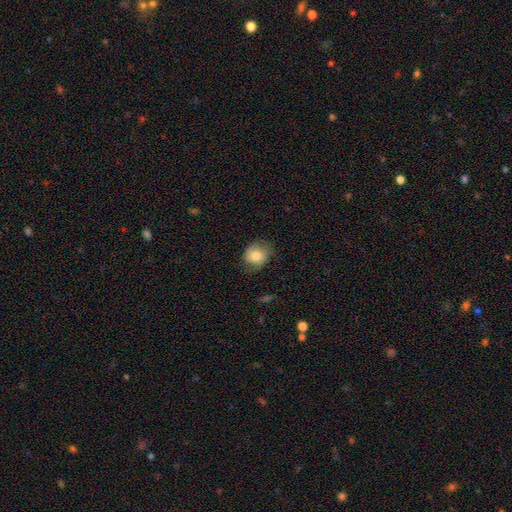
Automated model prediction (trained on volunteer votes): Smooth or featured?
  - smooth: 63% *
  - featured or disk: 29%
  - star or artifact: 8%
How rounded?
  - round: 64% *
  - in between: 35%
  - cigar-shaped: 1%
Merging?
  - none: 68% *
  - minor disturbance: 23%
  - major disturbance: 8%
  - merger: 1%